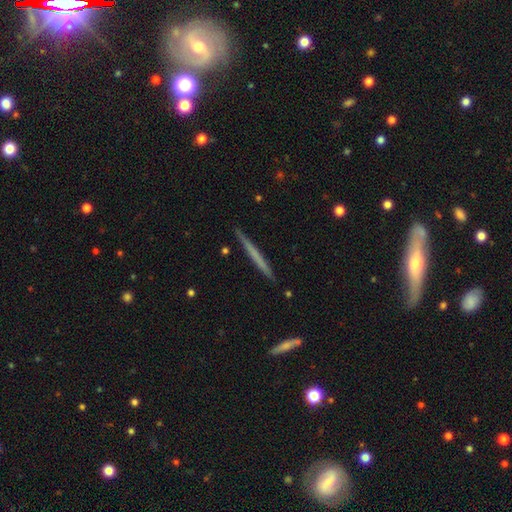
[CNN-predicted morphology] Smooth or featured?
  - smooth: 50% *
  - featured or disk: 45%
  - star or artifact: 5%
Merging?
  - none: 91% *
  - minor disturbance: 6%
  - merger: 1%
  - major disturbance: 1%